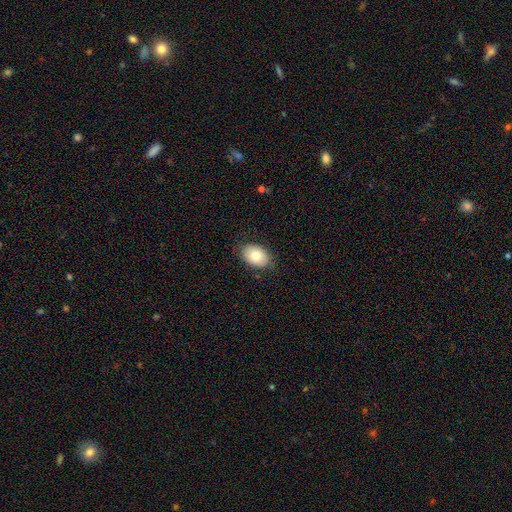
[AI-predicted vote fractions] Morphology: type=smooth (78%); roundness=in between (84%); merging=none (84%).